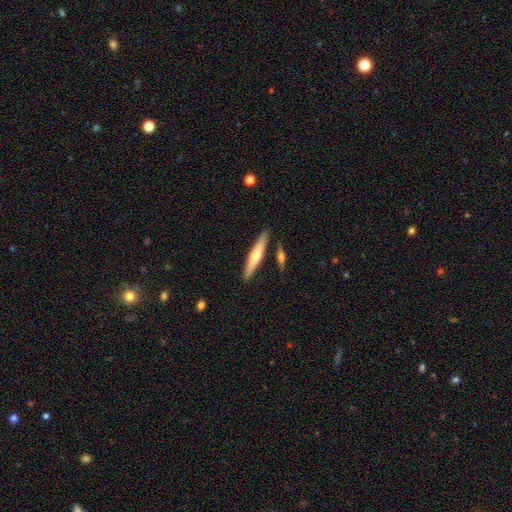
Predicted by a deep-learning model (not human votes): Smooth or featured? Predicted: smooth (p=0.47, tied with featured or disk). Merging? Predicted: none (p=0.84).